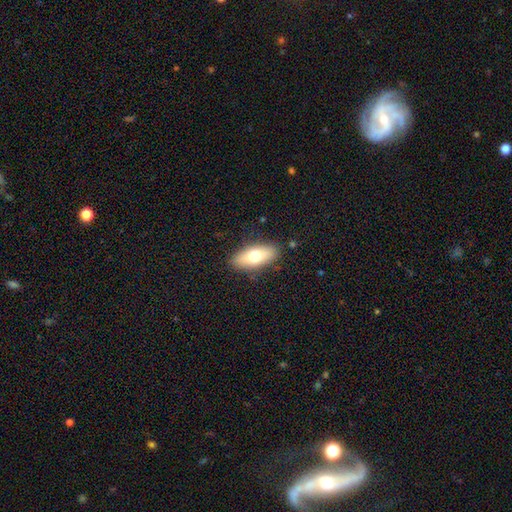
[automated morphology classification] A smooth galaxy with no disk features (68%) that is in between round and cigar-shaped (79%). Merging: none (87%).